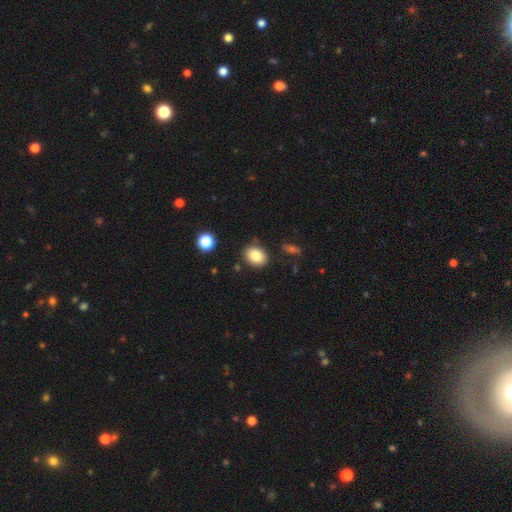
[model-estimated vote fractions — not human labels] smooth_or_featured: smooth (p=0.85) [alt: star or artifact p=0.09]
how_rounded: in between (p=0.65) [alt: round p=0.34]
merging: none (p=0.83) [alt: minor disturbance p=0.11]